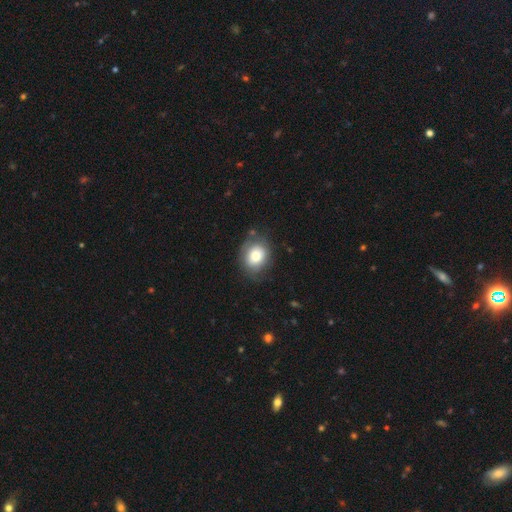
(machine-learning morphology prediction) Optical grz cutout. It shows a smooth galaxy with no disk features (75%) that is round (54%). Merging: none (70%).